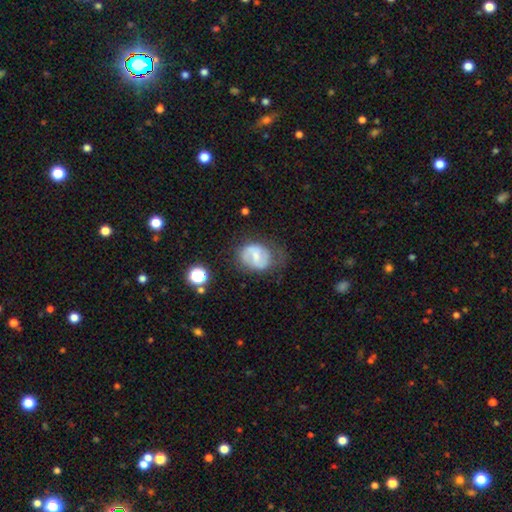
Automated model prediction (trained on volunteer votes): A featured or disk galaxy (54%) with a weak bar (51%), spiral arms (69%) and a small central bulge (42%). Merging: none (48%).